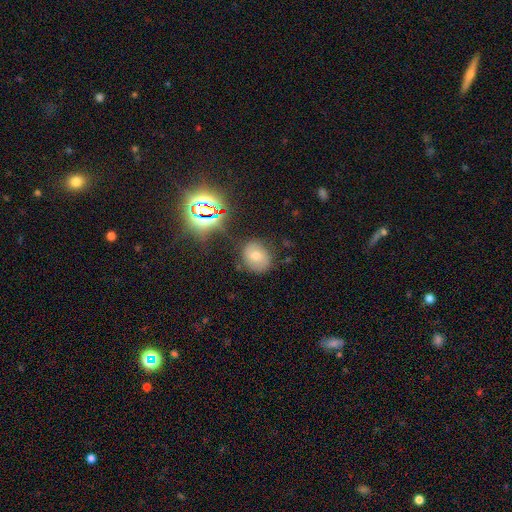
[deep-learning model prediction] The model was most divided on "smooth or featured": smooth: 49%, star or artifact: 27%, featured or disk: 25%. More confident: merging — none (78%).